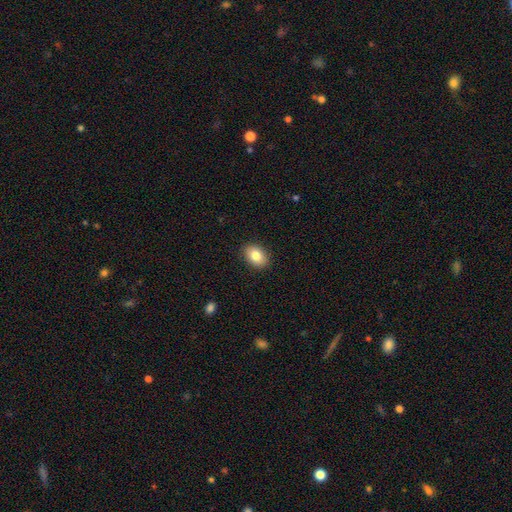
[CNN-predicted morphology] This is clearly a smooth galaxy (83%). How rounded: likely in between (78%). Merging: clearly none (90%).